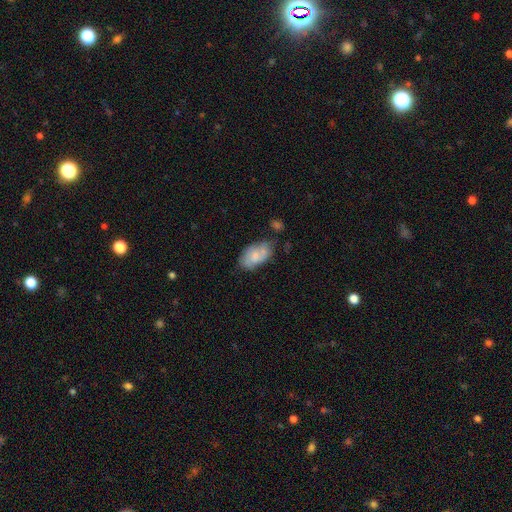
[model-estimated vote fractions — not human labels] smooth-or-featured: smooth: 68% | featured or disk: 25% | star or artifact: 7%
  how-rounded: in between: 94% | round: 4% | cigar-shaped: 2%
  merging: none: 50% | minor disturbance: 28% | merger: 13% | major disturbance: 9%